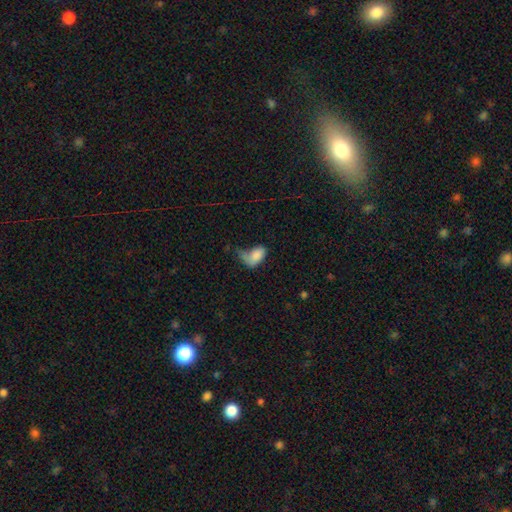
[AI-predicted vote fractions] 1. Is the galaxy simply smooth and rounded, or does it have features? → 79% smooth, 12% featured or disk, 9% star or artifact.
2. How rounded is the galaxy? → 91% in between, 6% round, 2% cigar-shaped.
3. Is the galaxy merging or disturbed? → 37% major disturbance, 26% minor disturbance, 25% none, 12% merger.